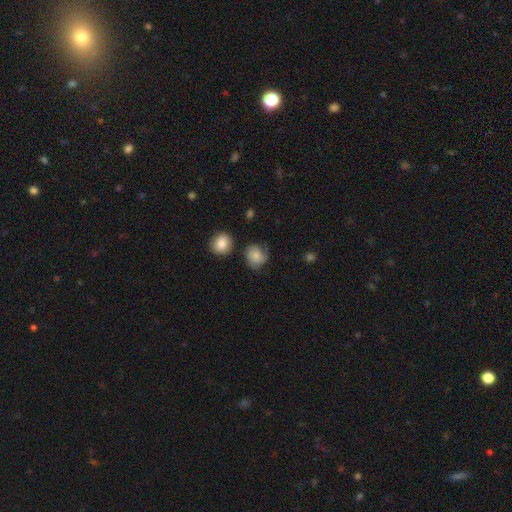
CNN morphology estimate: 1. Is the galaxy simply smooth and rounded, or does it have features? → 67% smooth, 24% featured or disk, 9% star or artifact.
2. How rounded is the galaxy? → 75% round, 25% in between, 1% cigar-shaped.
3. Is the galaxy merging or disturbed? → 59% none, 26% minor disturbance, 12% major disturbance, 4% merger.